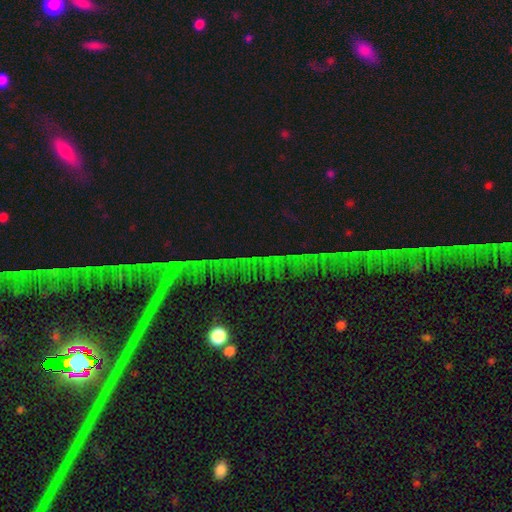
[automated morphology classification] This is likely a star or artifact rather than a galaxy (73%).